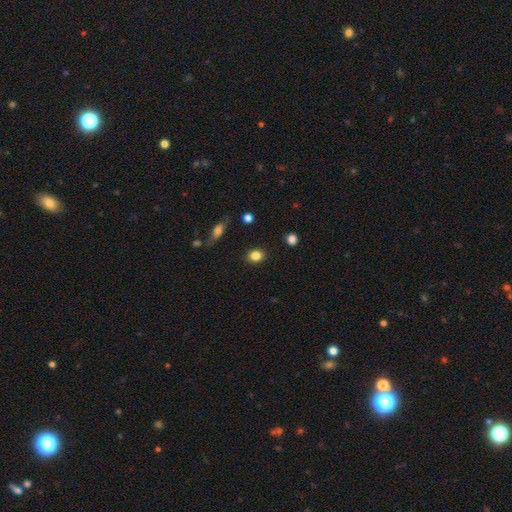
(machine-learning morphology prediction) Smooth or featured? Predicted: smooth (p=0.84). How rounded? Predicted: round (p=0.52). Merging? Predicted: none (p=0.88).